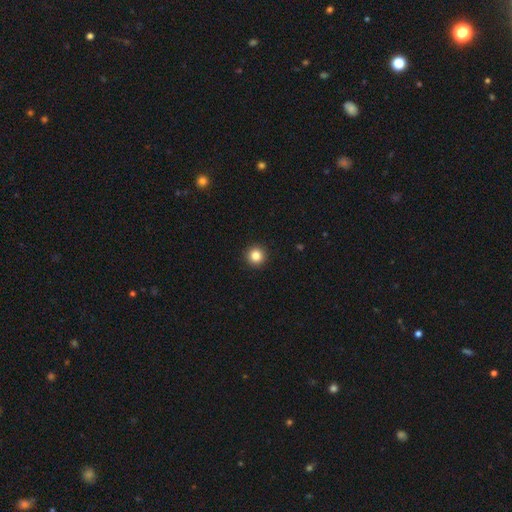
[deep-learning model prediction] This is clearly a smooth galaxy (84%). How rounded: clearly round (96%). Merging: clearly none (93%).